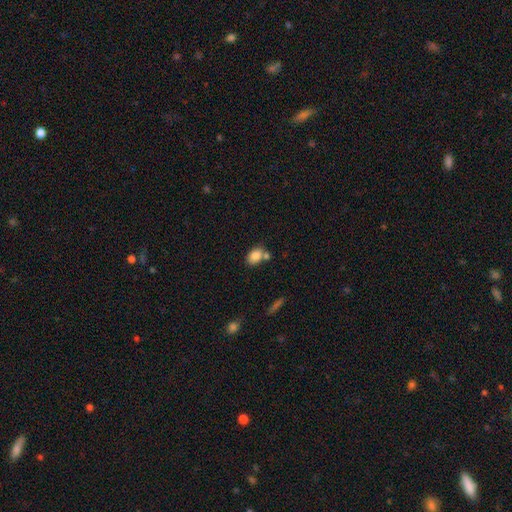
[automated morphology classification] smooth 85%, star or artifact 9%, featured or disk 7%. Down the decision tree: how rounded — in between (78%); merging — none (59%).